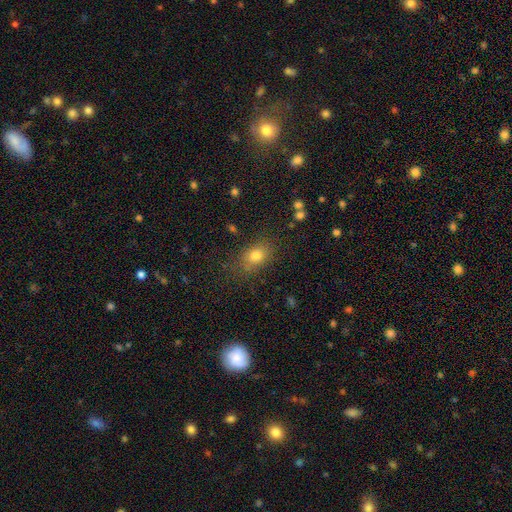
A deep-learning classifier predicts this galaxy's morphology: smooth_or_featured: smooth (p=0.78) [alt: star or artifact p=0.13]
how_rounded: in between (p=0.69) [alt: round p=0.29]
merging: none (p=0.77) [alt: minor disturbance p=0.15]